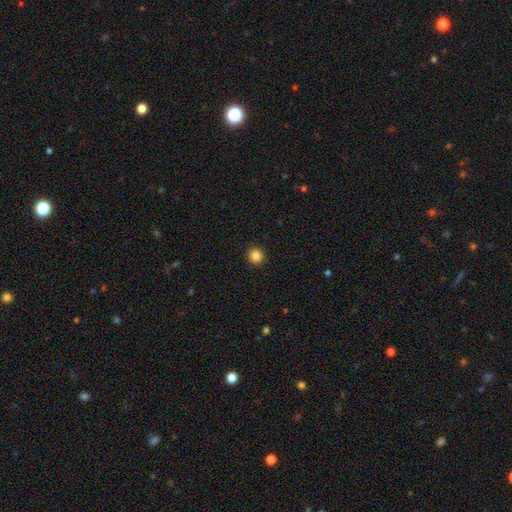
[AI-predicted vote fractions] Smooth or featured: smooth — 85% (star or artifact — 11%)
How rounded: round — 92% (in between — 7%)
Merging: none — 93% (minor disturbance — 4%)